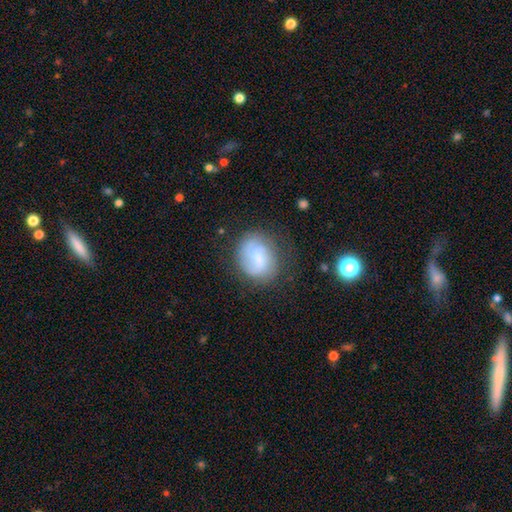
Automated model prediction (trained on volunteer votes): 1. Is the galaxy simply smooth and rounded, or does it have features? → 48% smooth, 42% featured or disk, 9% star or artifact.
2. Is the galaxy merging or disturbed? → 63% none, 23% minor disturbance, 12% major disturbance, 3% merger.